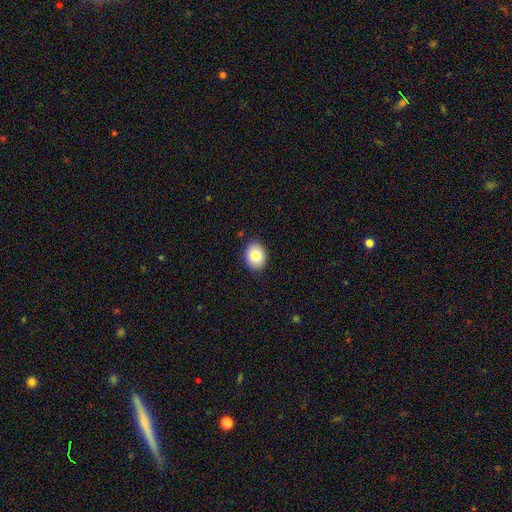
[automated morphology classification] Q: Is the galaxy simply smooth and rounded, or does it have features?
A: smooth — 81%.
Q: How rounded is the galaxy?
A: in between — 54%.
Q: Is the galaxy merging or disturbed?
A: none — 89%.